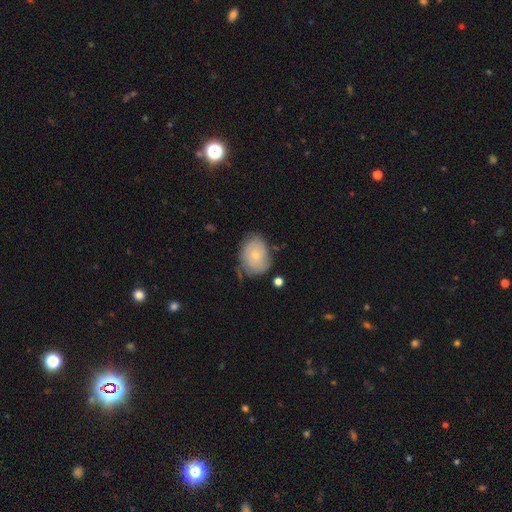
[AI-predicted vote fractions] smooth 58%, featured or disk 35%, star or artifact 7%. Down the decision tree: how rounded — in between (62%); merging — none (55%).